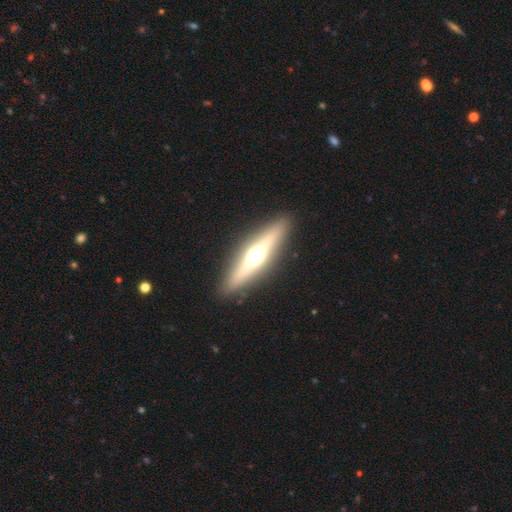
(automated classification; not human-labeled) Q: Smooth or featured?
A: featured or disk (63%); runner-up: smooth (30%)
Q: Edge-on disk?
A: yes (93%); runner-up: no (7%)
Q: Edge-on bulge?
A: rounded (95%); runner-up: boxy (3%)
Q: Merging?
A: none (90%); runner-up: minor disturbance (7%)